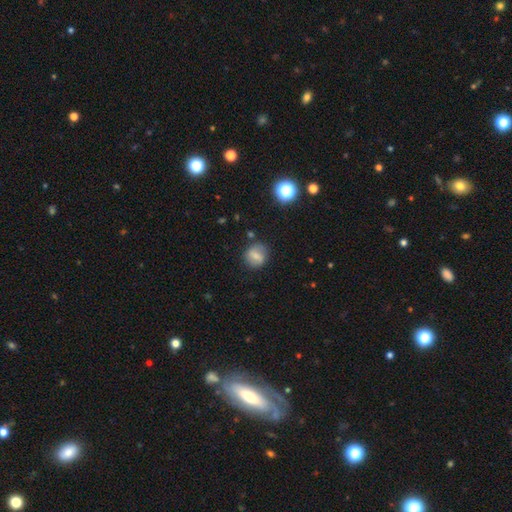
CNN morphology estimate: Smooth or featured? smooth (65%)
How rounded? round (75%)
Merging? none (78%)